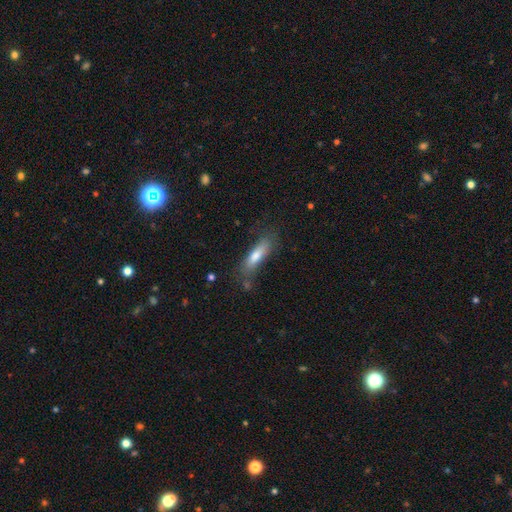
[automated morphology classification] Smooth or featured? Predicted: smooth (p=0.68). How rounded? Predicted: cigar-shaped (p=0.64). Merging? Predicted: none (p=0.69).